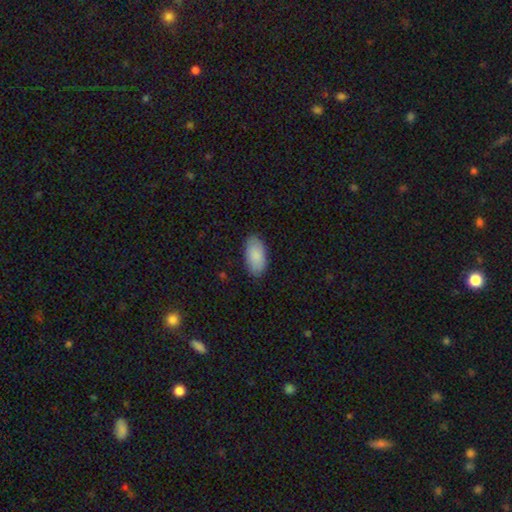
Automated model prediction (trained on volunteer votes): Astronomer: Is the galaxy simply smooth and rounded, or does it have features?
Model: smooth — 88%.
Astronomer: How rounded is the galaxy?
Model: in between — 95%.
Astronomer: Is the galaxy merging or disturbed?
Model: none — 86%.